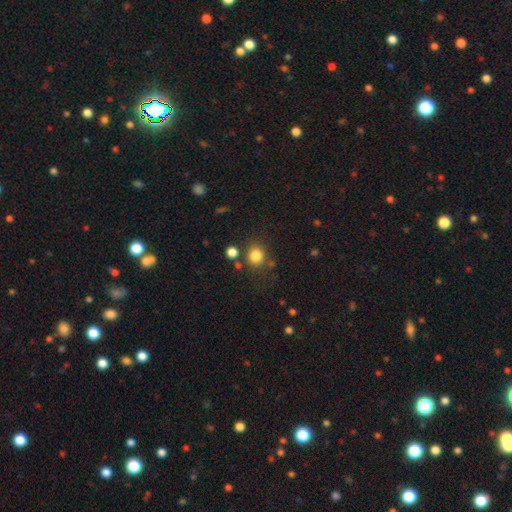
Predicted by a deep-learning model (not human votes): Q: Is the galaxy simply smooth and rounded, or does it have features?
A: smooth — 82%.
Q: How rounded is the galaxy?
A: round — 82%.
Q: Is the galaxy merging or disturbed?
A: none — 77%.